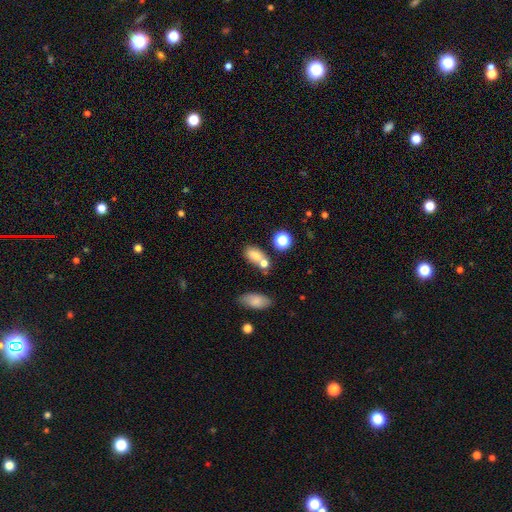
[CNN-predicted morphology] This appears to be a smooth galaxy with no disk features (74%) that is in between round and cigar-shaped (80%). Merging: none (48%).